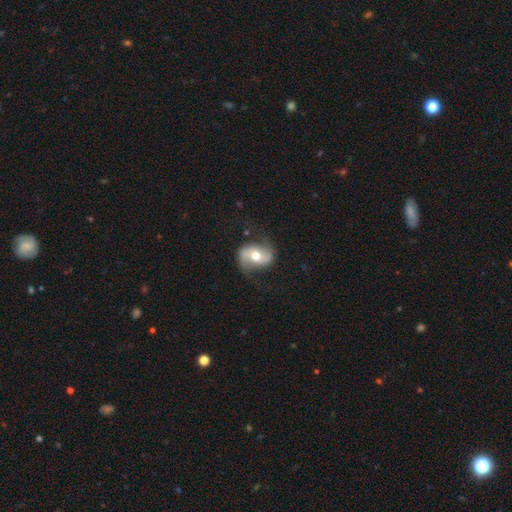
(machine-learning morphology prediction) This appears to be a featured or disk galaxy (82%) with no bar (45%), 2 (93%) loose (54%) spiral arms (94%) and a moderate central bulge (75%). Merging: none (76%).